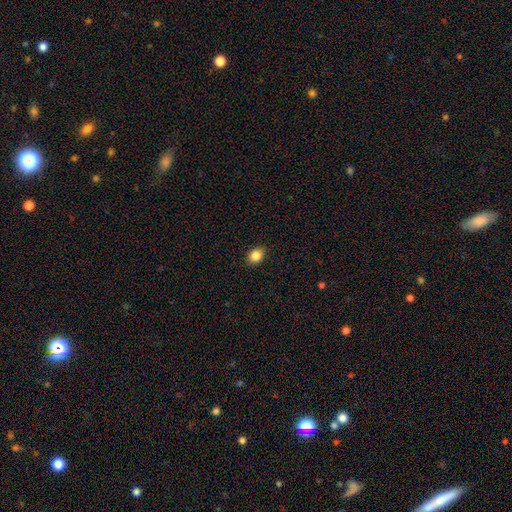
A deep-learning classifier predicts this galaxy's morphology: Smooth or featured? smooth (86%)
How rounded? in between (64%)
Merging? none (88%)